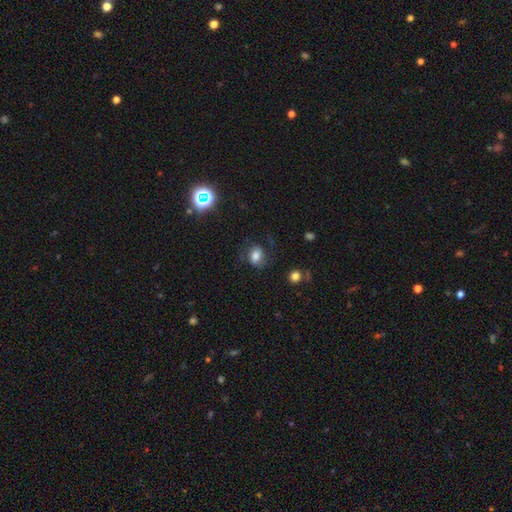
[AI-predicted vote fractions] Q: Smooth or featured?
A: smooth (63%); runner-up: featured or disk (24%)
Q: How rounded?
A: in between (58%); runner-up: round (41%)
Q: Merging?
A: none (65%); runner-up: minor disturbance (20%)